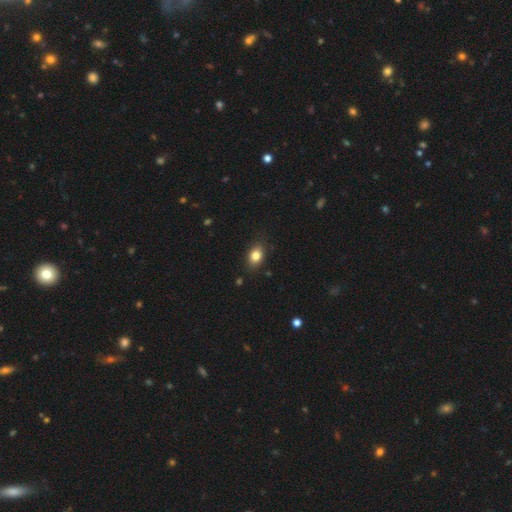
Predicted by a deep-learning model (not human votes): Smooth or featured: smooth — 83% (star or artifact — 9%)
How rounded: in between — 77% (round — 22%)
Merging: none — 85% (minor disturbance — 12%)